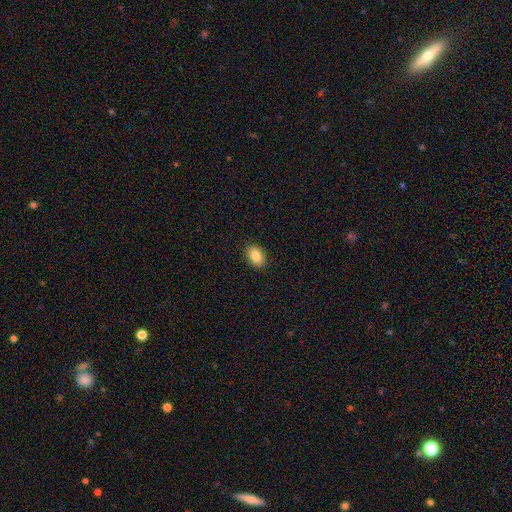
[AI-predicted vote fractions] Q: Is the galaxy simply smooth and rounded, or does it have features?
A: smooth — 88%.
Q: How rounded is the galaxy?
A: in between — 87%.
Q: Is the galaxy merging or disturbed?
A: none — 89%.